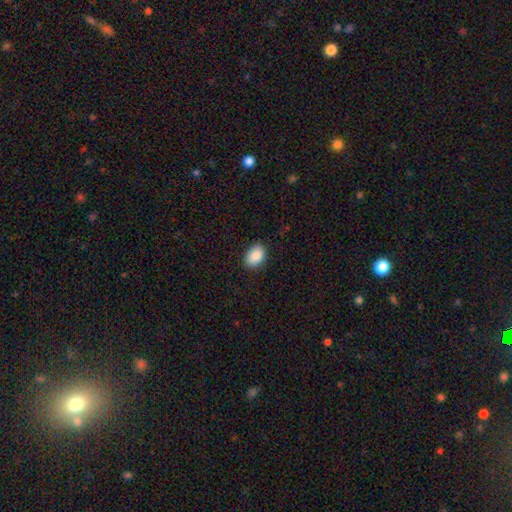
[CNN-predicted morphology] Q: Smooth or featured?
A: smooth (89%); runner-up: star or artifact (7%)
Q: How rounded?
A: in between (84%); runner-up: round (15%)
Q: Merging?
A: none (87%); runner-up: minor disturbance (10%)